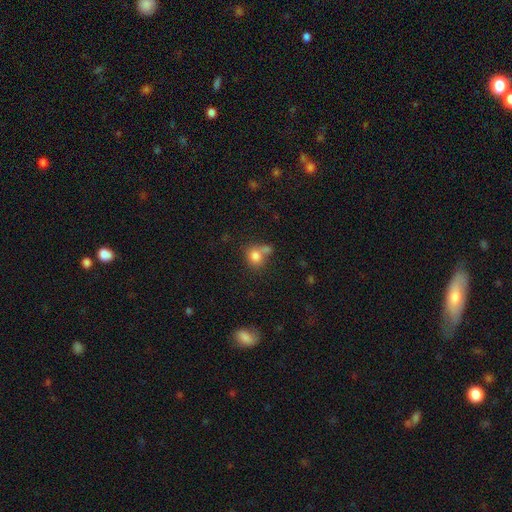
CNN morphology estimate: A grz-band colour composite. It shows a smooth galaxy with no disk features (80%) that is round (64%). Merging: none (47%).